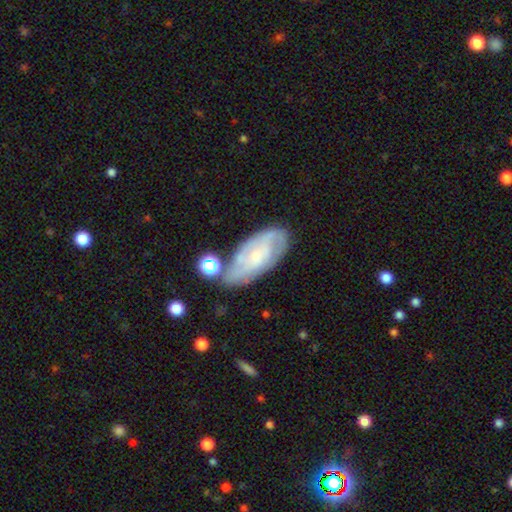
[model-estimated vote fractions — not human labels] Q: Smooth or featured?
A: featured or disk (69%); runner-up: smooth (24%)
Q: Edge-on disk?
A: no (91%); runner-up: yes (9%)
Q: Bar?
A: no (65%); runner-up: weak (29%)
Q: Spiral arms?
A: yes (84%); runner-up: no (16%)
Q: Spiral winding?
A: tight (55%); runner-up: medium (34%)
Q: Spiral arm count?
A: can't tell (43%); runner-up: 2 (33%)
Q: Bulge size?
A: small (67%); runner-up: moderate (25%)
Q: Merging?
A: none (61%); runner-up: minor disturbance (22%)